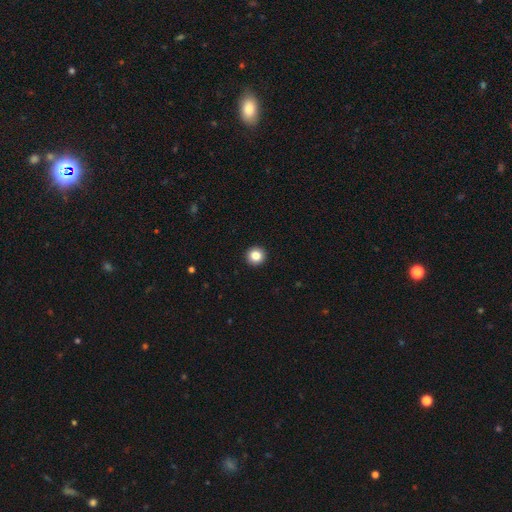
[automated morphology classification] This appears to be a smooth galaxy with no disk features (85%) that is round (95%). Merging: none (94%).